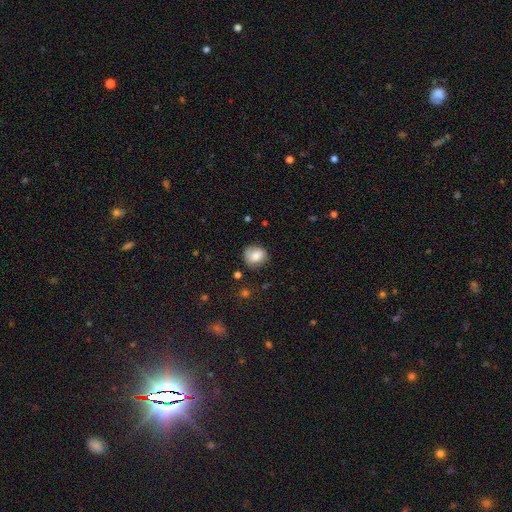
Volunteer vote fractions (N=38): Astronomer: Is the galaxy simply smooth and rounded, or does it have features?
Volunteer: smooth — 87%.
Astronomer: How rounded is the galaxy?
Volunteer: round — 82%.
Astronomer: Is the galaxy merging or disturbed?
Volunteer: none — 68%.